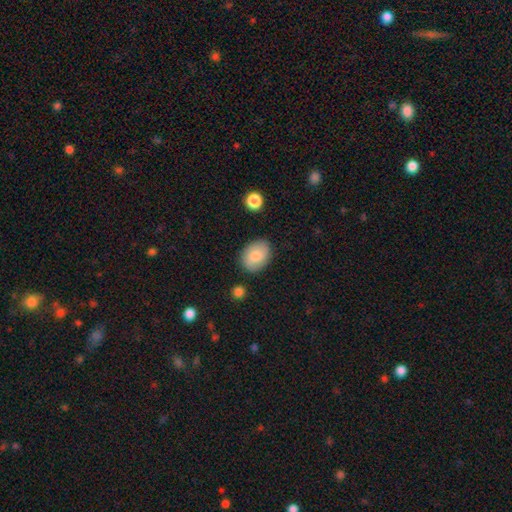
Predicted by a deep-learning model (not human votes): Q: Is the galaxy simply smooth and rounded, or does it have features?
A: smooth — 80%.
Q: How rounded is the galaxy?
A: in between — 75%.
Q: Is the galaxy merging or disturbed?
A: none — 83%.